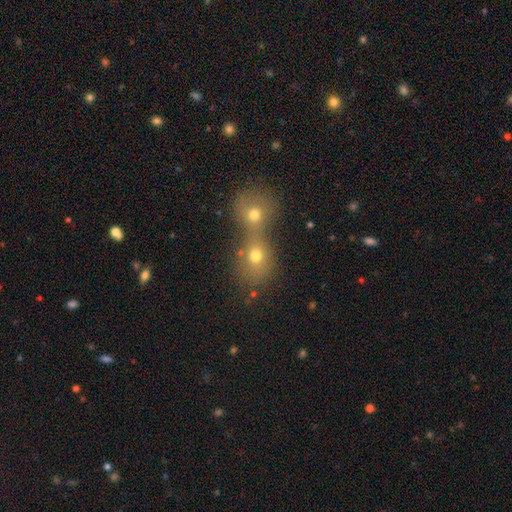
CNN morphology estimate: smooth 68%, star or artifact 16%, featured or disk 15%. Down the decision tree: how rounded — round (67%); merging — merger (68%).